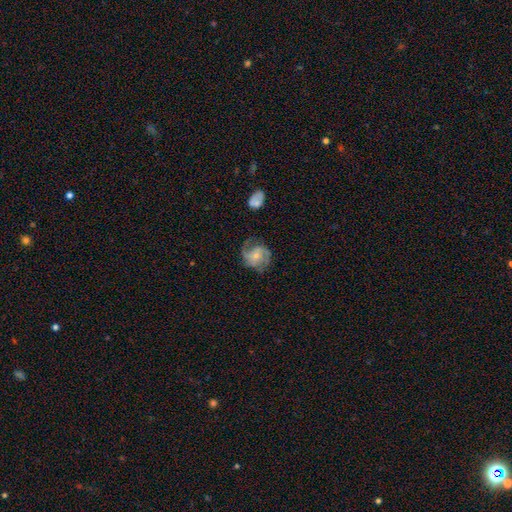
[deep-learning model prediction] Smooth or featured? Predicted: featured or disk (p=0.69). Edge-on disk? Predicted: no (p=0.98). Bar? Predicted: no (p=0.67). Spiral arms? Predicted: yes (p=0.89). Spiral winding? Predicted: medium (p=0.47). Spiral arm count? Predicted: 2 (p=0.57). Bulge size? Predicted: small (p=0.65). Merging? Predicted: none (p=0.59).